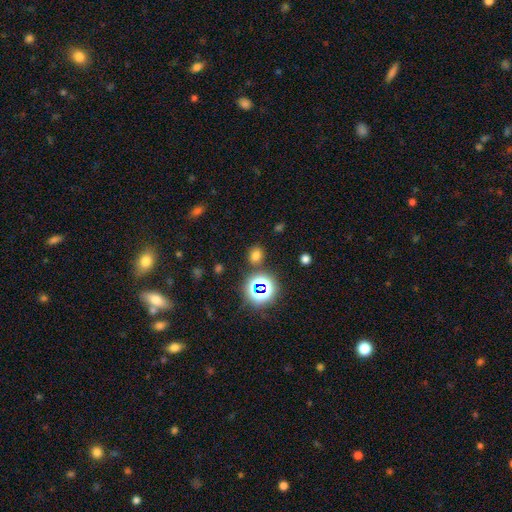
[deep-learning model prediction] Overall: smooth (66%; star or artifact 28%). How rounded: round (62%; in between 37%). Merging: none (81%).